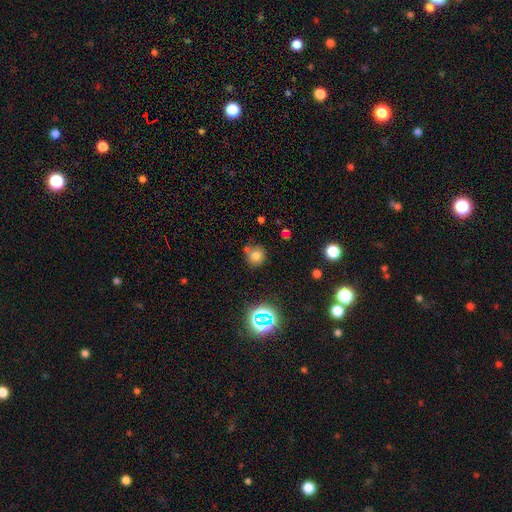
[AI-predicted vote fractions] Morphology: type=smooth (72%); roundness=round (88%); merging=none (70%).